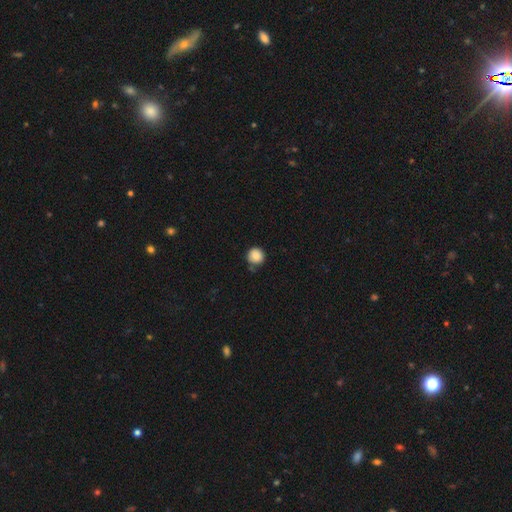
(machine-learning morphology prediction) smooth-or-featured: smooth: 87% | star or artifact: 9% | featured or disk: 4%
  how-rounded: round: 94% | in between: 5% | cigar-shaped: 1%
  merging: none: 78% | minor disturbance: 15% | merger: 4% | major disturbance: 3%